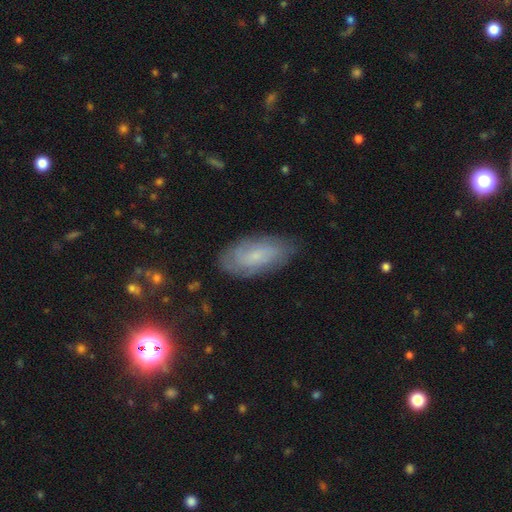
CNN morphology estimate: A featured or disk galaxy (48%). Merging: none (76%).